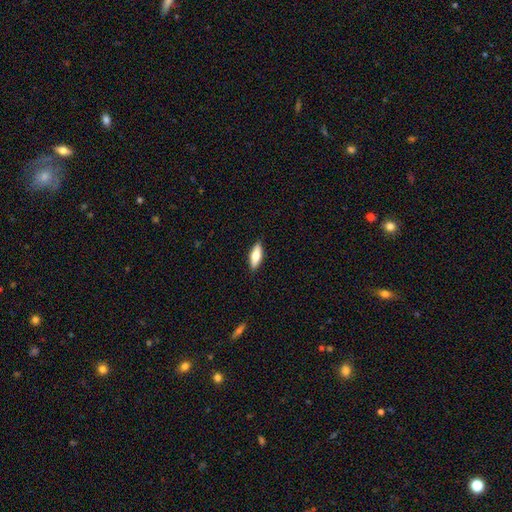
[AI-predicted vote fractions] Smooth or featured: smooth — 64% (featured or disk — 30%)
How rounded: in between — 62% (cigar-shaped — 36%)
Merging: none — 89% (minor disturbance — 8%)